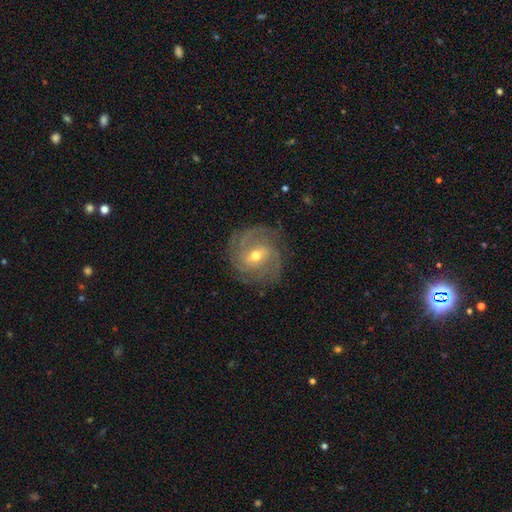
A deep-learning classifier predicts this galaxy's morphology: featured or disk 86%, smooth 8%, star or artifact 6%. Down the decision tree: edge-on disk — no (97%); bar — weak (48%); spiral arms — yes (96%); spiral arm count — 3 (33%); spiral winding — tight (58%); bulge size — moderate (58%); merging — none (80%).